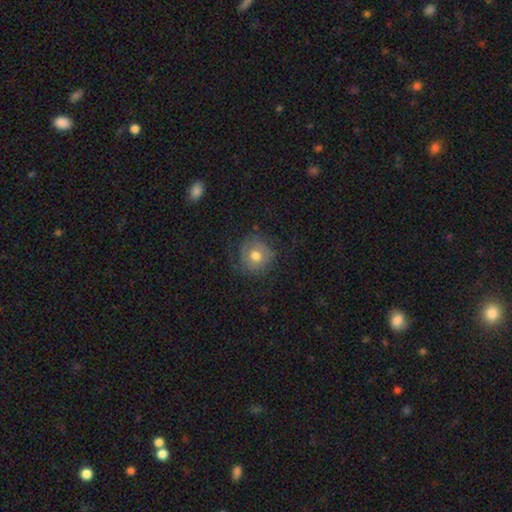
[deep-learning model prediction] This appears to be a smooth galaxy with no disk features (64%) that is round (90%). Merging: none (74%).